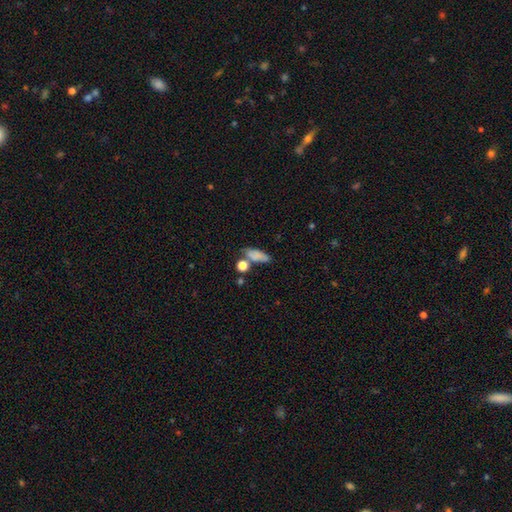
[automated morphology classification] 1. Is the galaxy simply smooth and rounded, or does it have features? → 77% smooth, 12% featured or disk, 11% star or artifact.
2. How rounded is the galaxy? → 62% in between, 29% cigar-shaped, 9% round.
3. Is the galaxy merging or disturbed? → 53% none, 19% minor disturbance, 19% merger, 9% major disturbance.